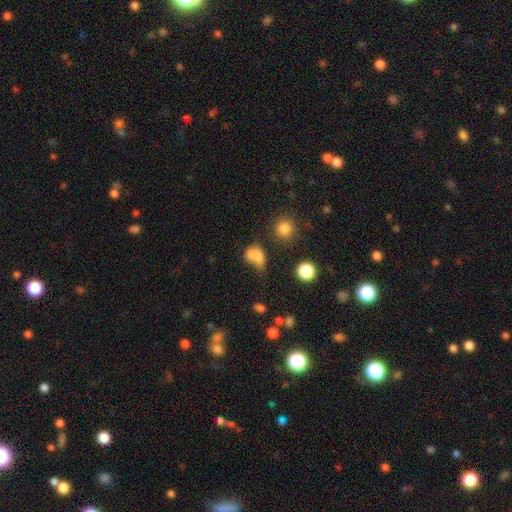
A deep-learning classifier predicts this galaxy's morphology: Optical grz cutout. It shows a smooth galaxy with no disk features (72%) that is in between round and cigar-shaped (61%). Merging: merger (33%).